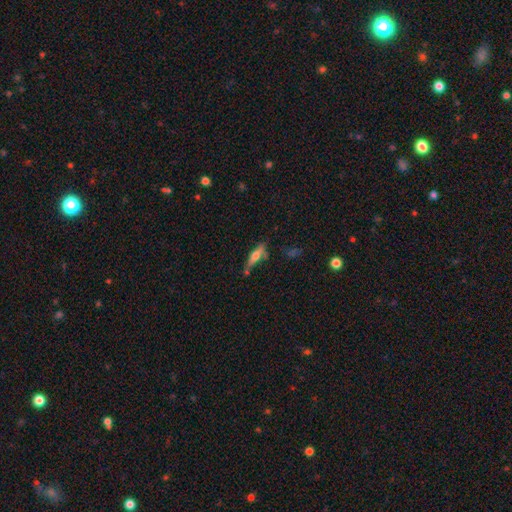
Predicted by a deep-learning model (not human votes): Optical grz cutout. It shows a smooth galaxy with no disk features (49%). Merging: none (57%).